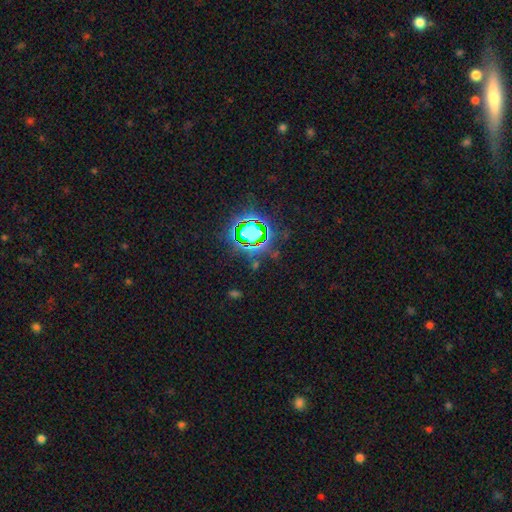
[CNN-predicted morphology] Overall: star or artifact (79%).